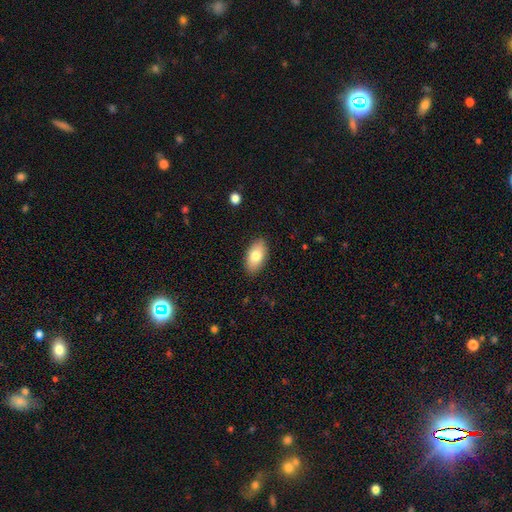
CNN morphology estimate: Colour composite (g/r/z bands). It shows a smooth galaxy with no disk features (77%) that is in between round and cigar-shaped (94%). Merging: none (88%).